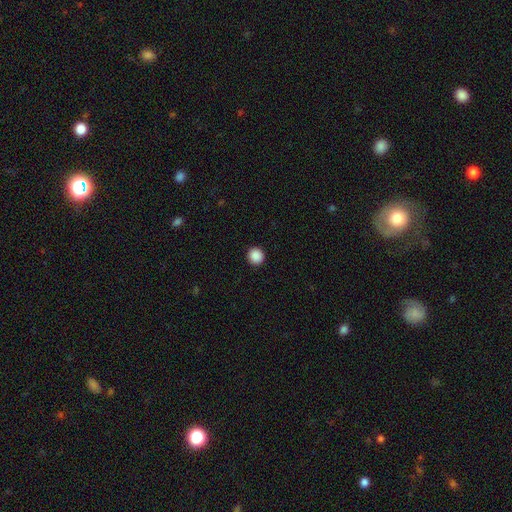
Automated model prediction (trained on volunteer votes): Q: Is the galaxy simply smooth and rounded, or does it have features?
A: smooth — 89%.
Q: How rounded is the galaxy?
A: round — 94%.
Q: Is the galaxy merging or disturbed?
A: none — 93%.